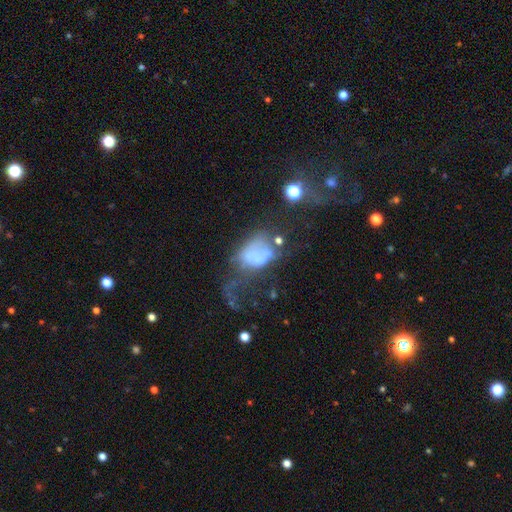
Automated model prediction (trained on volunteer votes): This is marginally a featured or disk galaxy (44%). Merging: possibly major disturbance (48%).